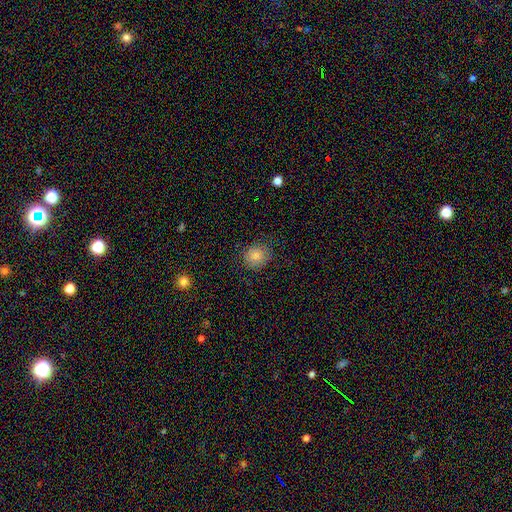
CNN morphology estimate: A smooth galaxy with no disk features (83%) that is round (80%).

Vote fractions:
- Smooth or featured? smooth: 83% / star or artifact: 10% / featured or disk: 7%
- How rounded? round: 80% / in between: 19% / cigar-shaped: 1%
- Merging? none: 83% / minor disturbance: 13% / major disturbance: 4% / merger: 1%